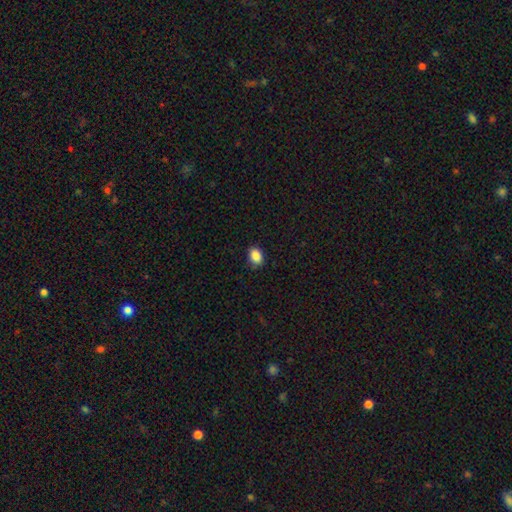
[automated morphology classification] This appears to be a smooth galaxy with no disk features (87%) that is in between round and cigar-shaped (67%). Merging: none (85%).